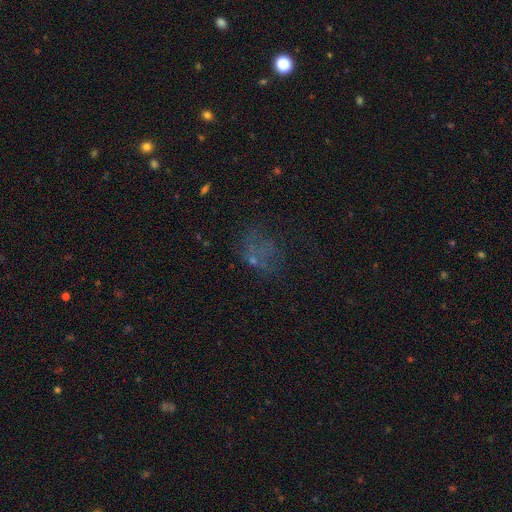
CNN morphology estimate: Smooth or featured? Predicted: smooth (p=0.38). Merging? Predicted: none (p=0.43).